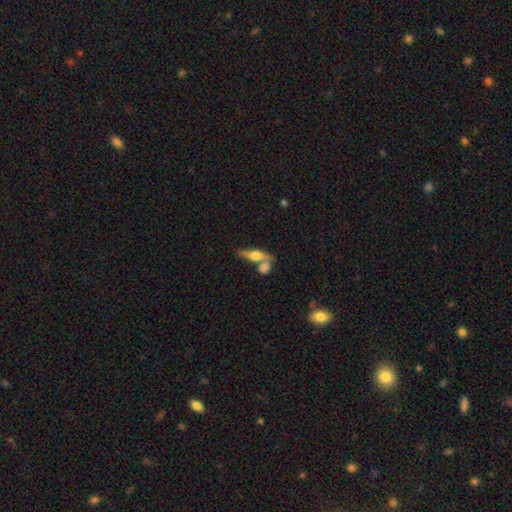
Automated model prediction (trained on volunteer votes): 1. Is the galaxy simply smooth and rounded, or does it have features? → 47% featured or disk, 45% smooth, 8% star or artifact.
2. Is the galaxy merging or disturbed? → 46% none, 36% merger, 12% minor disturbance, 6% major disturbance.